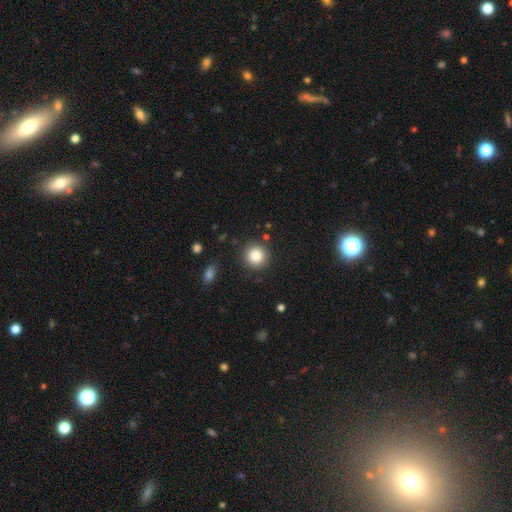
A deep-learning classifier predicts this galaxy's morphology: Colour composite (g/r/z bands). It shows a smooth galaxy with no disk features (85%) that is round (93%). Merging: none (87%).